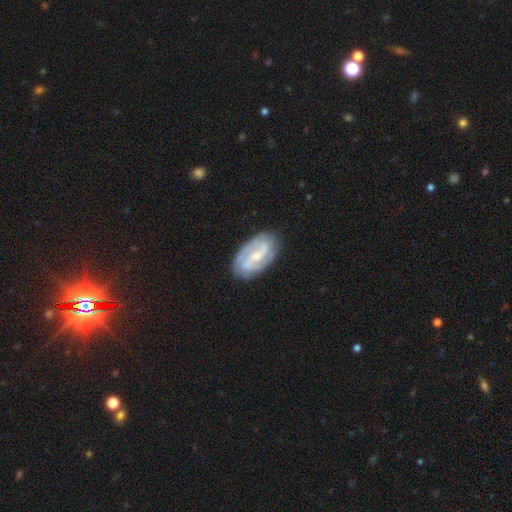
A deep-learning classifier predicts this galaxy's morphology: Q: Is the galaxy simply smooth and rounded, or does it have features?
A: featured or disk — 83%.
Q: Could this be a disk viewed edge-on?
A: no — 96%.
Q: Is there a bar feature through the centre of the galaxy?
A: weak — 49%.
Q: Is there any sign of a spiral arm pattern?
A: yes — 95%.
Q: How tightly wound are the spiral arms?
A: medium — 44%.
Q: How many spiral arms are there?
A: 2 — 77%.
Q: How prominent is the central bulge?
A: small — 54%.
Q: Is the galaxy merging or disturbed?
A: none — 82%.